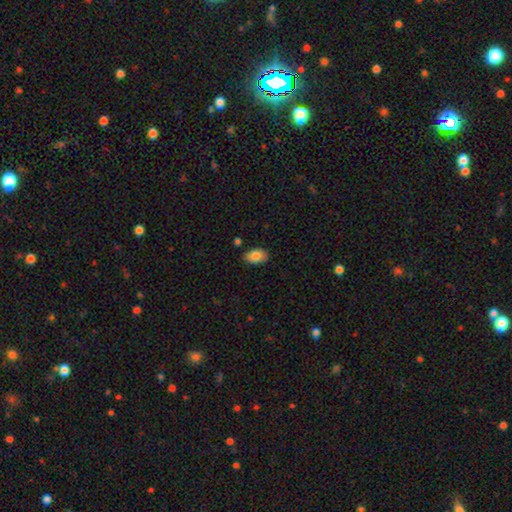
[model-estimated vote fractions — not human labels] The model was most divided on "smooth or featured": smooth: 83%, featured or disk: 10%, star or artifact: 7%. More confident: how rounded — in between (92%); merging — none (84%).